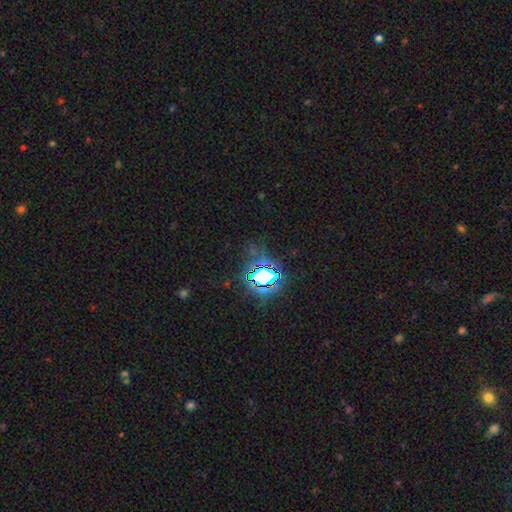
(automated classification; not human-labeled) Smooth or featured?
  - star or artifact: 79% *
  - smooth: 13%
  - featured or disk: 8%